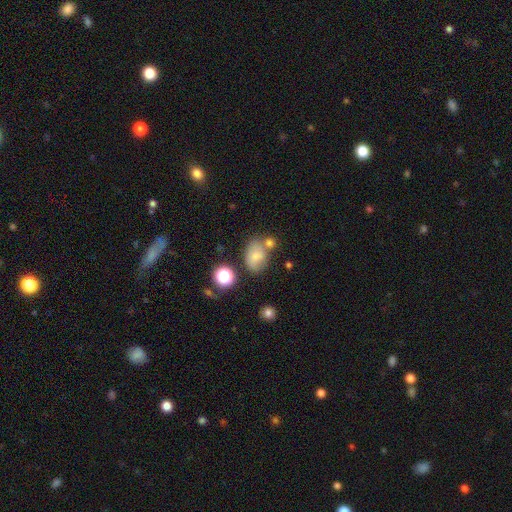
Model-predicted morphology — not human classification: Smooth or featured? Predicted: smooth (p=0.69). How rounded? Predicted: in between (p=0.74). Merging? Predicted: none (p=0.51).